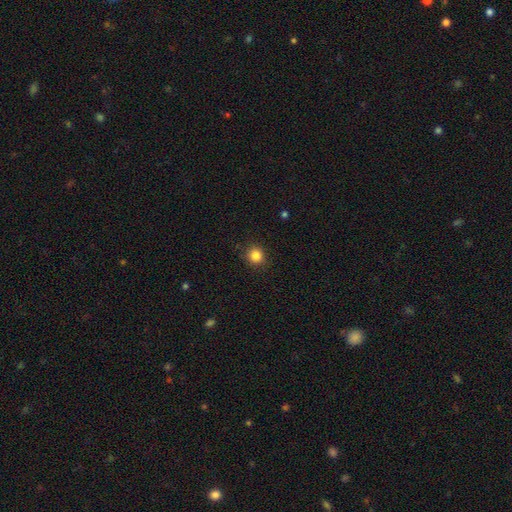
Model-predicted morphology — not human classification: The model was most divided on "smooth or featured": smooth: 85%, star or artifact: 11%, featured or disk: 4%. More confident: merging — none (89%); how rounded — round (88%).